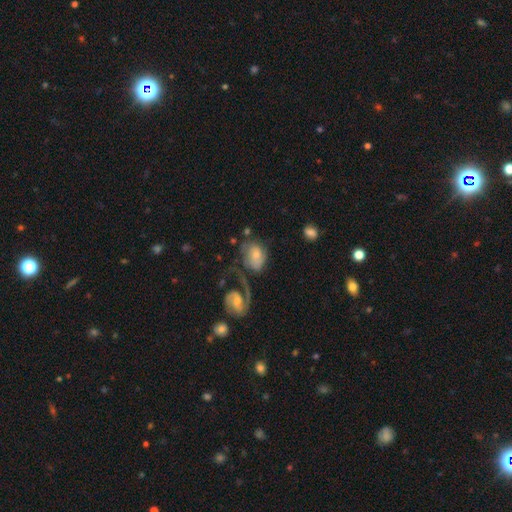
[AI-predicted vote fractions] smooth_or_featured: featured or disk (p=0.53) [alt: smooth p=0.39]
disk_edge_on: no (p=0.96) [alt: yes p=0.04]
bar: no (p=0.61) [alt: weak p=0.31]
has_spiral_arms: yes (p=0.81) [alt: no p=0.19]
bulge_size: moderate (p=0.46) [alt: small p=0.41]
merging: none (p=0.31) [alt: major disturbance p=0.28]